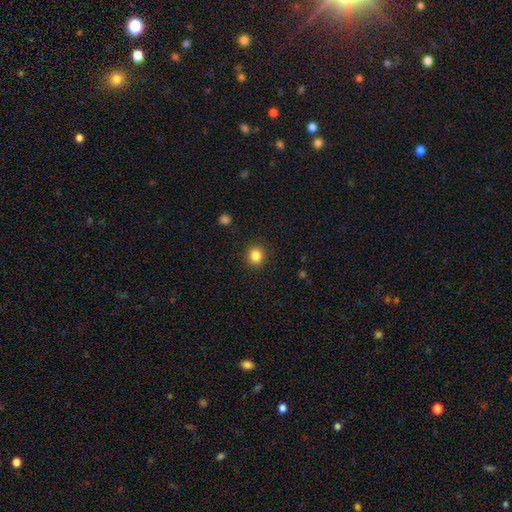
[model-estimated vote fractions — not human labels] smooth-or-featured: smooth: 85% | star or artifact: 11% | featured or disk: 4%
  how-rounded: round: 86% | in between: 13% | cigar-shaped: 1%
  merging: none: 91% | minor disturbance: 6% | major disturbance: 2% | merger: 1%